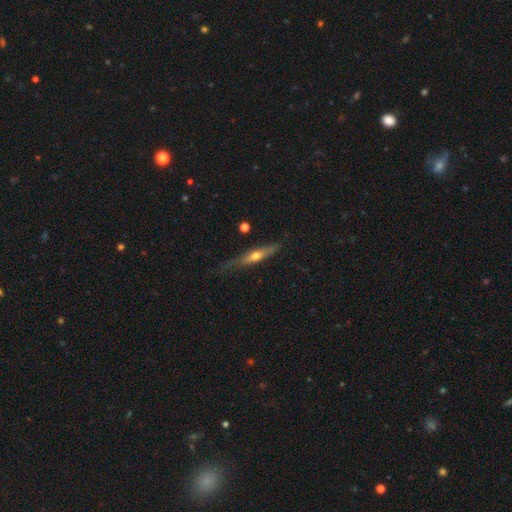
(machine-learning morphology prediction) smooth-or-featured: featured or disk: 54% | smooth: 40% | star or artifact: 6%
  disk-edge-on: yes: 87% | no: 13%
  merging: none: 64% | minor disturbance: 26% | major disturbance: 8% | merger: 2%